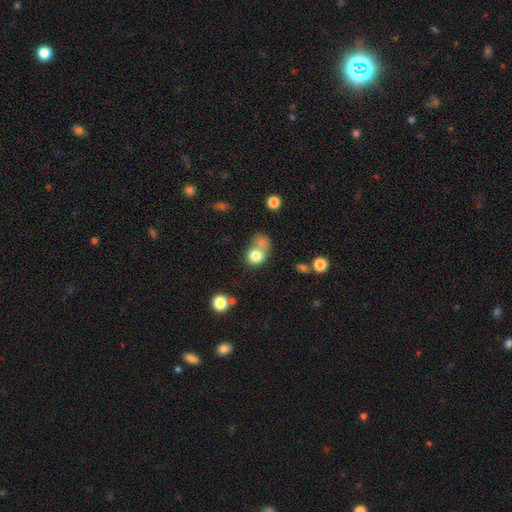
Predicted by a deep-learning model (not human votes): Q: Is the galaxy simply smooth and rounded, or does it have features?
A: smooth — 79%.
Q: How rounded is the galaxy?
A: round — 71%.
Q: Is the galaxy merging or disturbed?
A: merger — 50%.